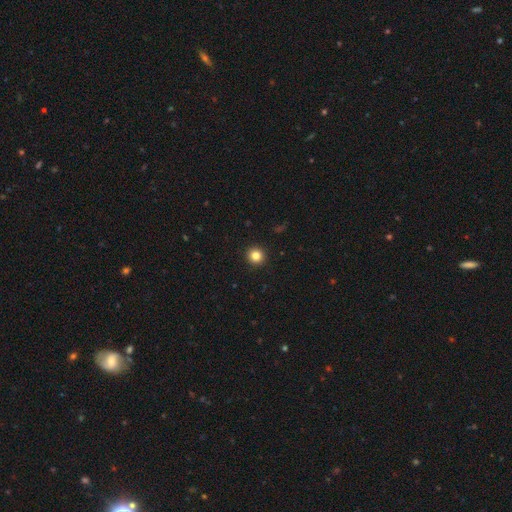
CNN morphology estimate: smooth_or_featured: smooth (p=0.84) [alt: star or artifact p=0.11]
how_rounded: round (p=0.94) [alt: in between p=0.05]
merging: none (p=0.94) [alt: minor disturbance p=0.04]